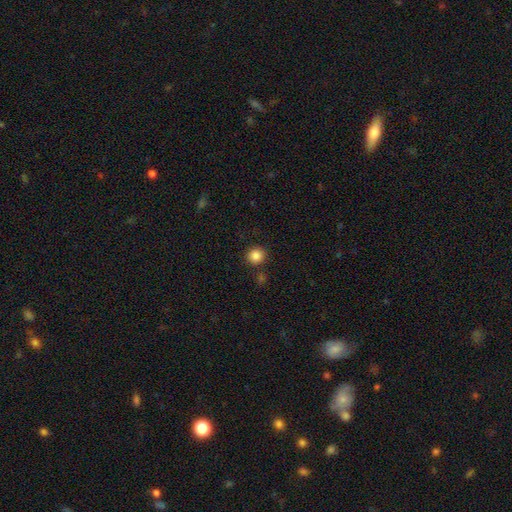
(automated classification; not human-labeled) Smooth or featured? smooth (86%)
How rounded? round (91%)
Merging? none (87%)